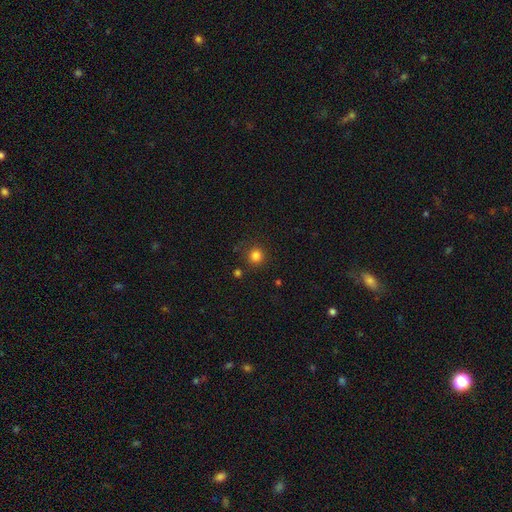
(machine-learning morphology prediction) type=smooth (82%); roundness=round (93%); merging=none (85%).